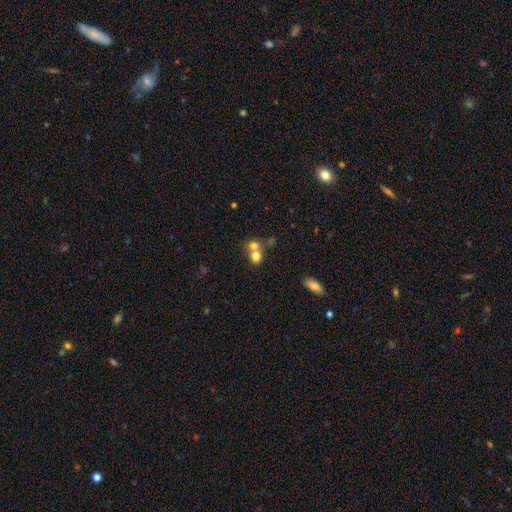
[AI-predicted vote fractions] Smooth or featured? Predicted: smooth (p=0.75). How rounded? Predicted: round (p=0.69). Merging? Predicted: merger (p=0.58).